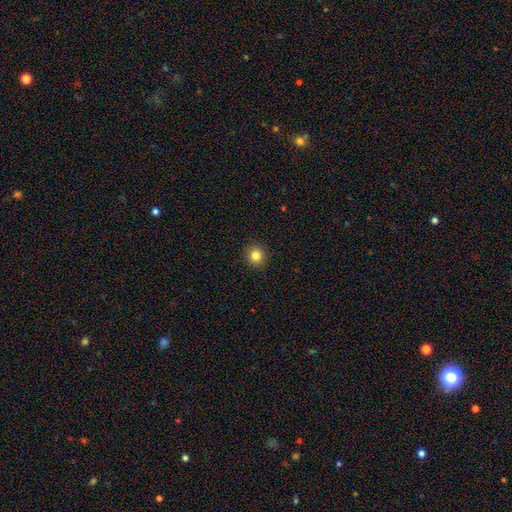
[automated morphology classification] smooth_or_featured: smooth (p=0.84) [alt: star or artifact p=0.11]
how_rounded: round (p=0.91) [alt: in between p=0.08]
merging: none (p=0.92) [alt: minor disturbance p=0.05]